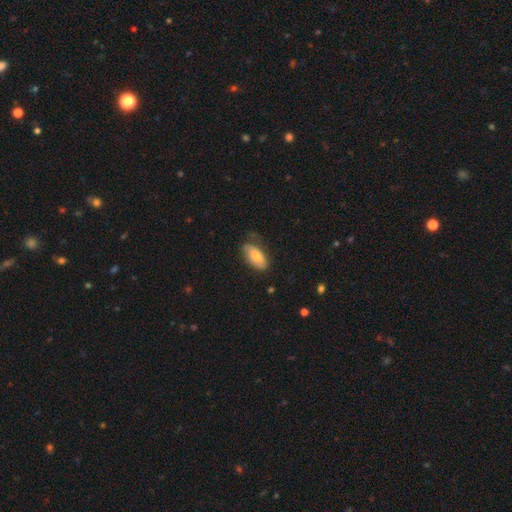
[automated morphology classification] Smooth or featured? smooth (72%)
How rounded? in between (92%)
Merging? none (61%)